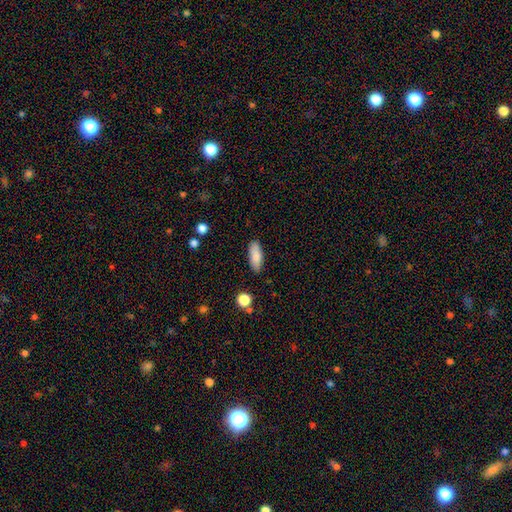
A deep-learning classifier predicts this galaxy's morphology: Smooth or featured? smooth (86%)
How rounded? in between (71%)
Merging? none (86%)